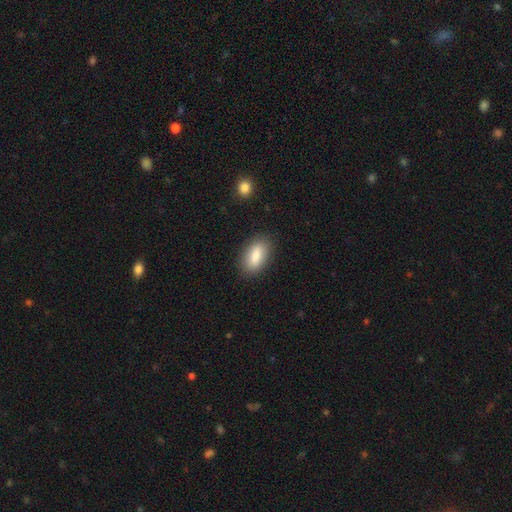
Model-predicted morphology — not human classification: Smooth or featured?
  - smooth: 85% *
  - featured or disk: 9%
  - star or artifact: 7%
How rounded?
  - in between: 89% *
  - cigar-shaped: 7%
  - round: 4%
Merging?
  - none: 86% *
  - minor disturbance: 10%
  - major disturbance: 3%
  - merger: 1%